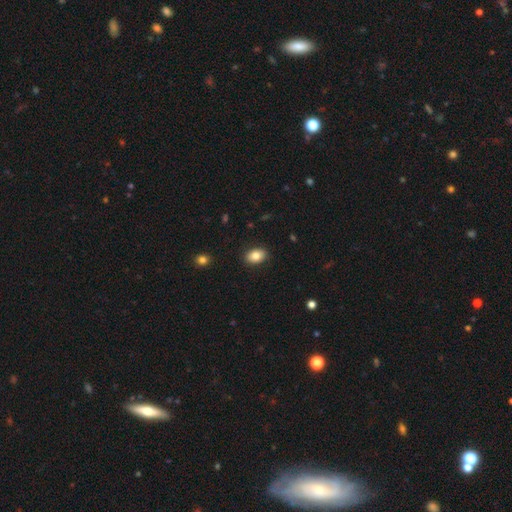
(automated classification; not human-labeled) A smooth galaxy with no disk features (84%) that is in between round and cigar-shaped (84%).

Vote fractions:
- Smooth or featured? smooth: 84% / featured or disk: 8% / star or artifact: 8%
- How rounded? in between: 84% / round: 15% / cigar-shaped: 1%
- Merging? none: 89% / minor disturbance: 8% / major disturbance: 2% / merger: 1%